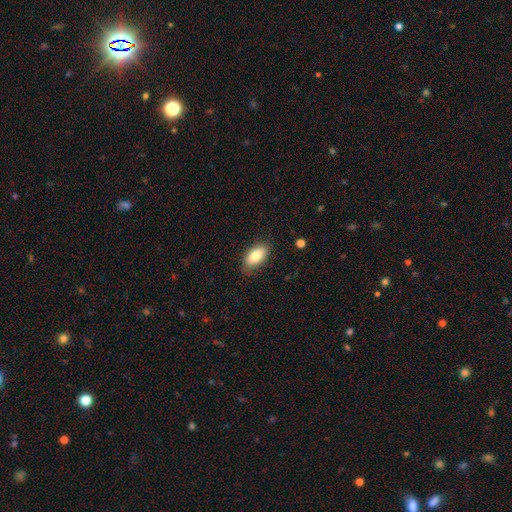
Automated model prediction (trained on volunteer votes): Morphology: type=smooth (82%); roundness=in between (90%); merging=none (82%).